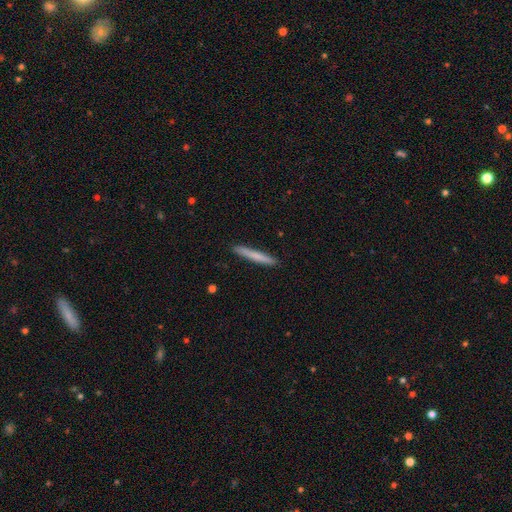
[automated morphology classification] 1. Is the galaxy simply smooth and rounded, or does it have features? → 73% smooth, 22% featured or disk, 5% star or artifact.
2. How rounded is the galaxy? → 97% cigar-shaped, 2% in between, 1% round.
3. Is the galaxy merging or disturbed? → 92% none, 6% minor disturbance, 1% major disturbance, 1% merger.